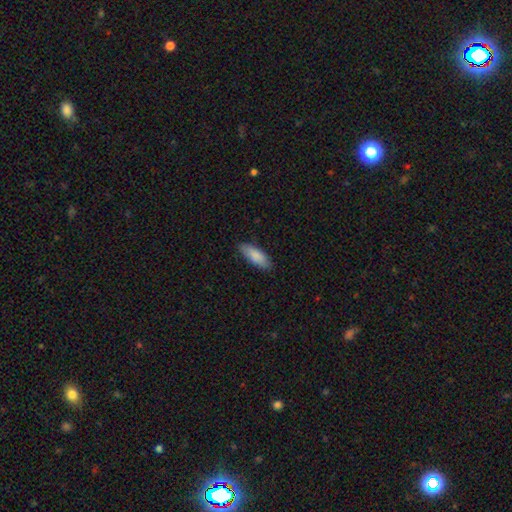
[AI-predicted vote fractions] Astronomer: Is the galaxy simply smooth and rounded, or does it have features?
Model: smooth — 87%.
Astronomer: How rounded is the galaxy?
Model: in between — 67%.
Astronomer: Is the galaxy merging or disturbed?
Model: none — 85%.